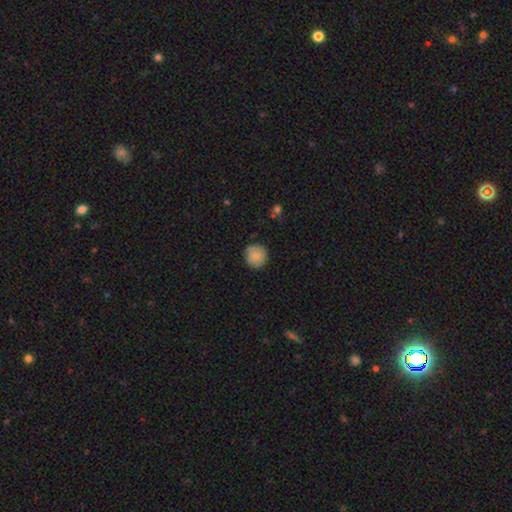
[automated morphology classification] This is clearly a smooth galaxy (86%). How rounded: clearly round (90%). Merging: clearly none (87%).